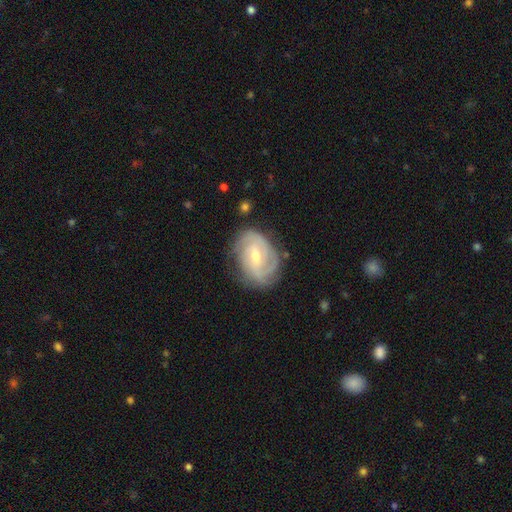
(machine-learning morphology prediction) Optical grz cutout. It shows a featured or disk galaxy (83%) with a weak bar (55%), 2 (35%) tight (58%) spiral arms (94%) and a moderate central bulge (52%). Merging: none (72%).